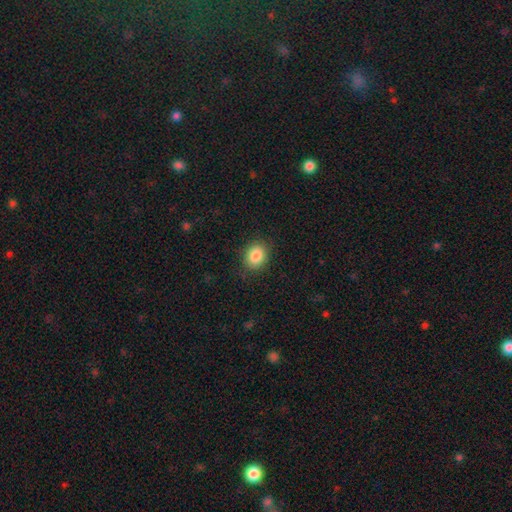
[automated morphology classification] Q: Smooth or featured?
A: smooth (86%); runner-up: star or artifact (9%)
Q: How rounded?
A: in between (50%); runner-up: round (49%)
Q: Merging?
A: none (86%); runner-up: minor disturbance (10%)